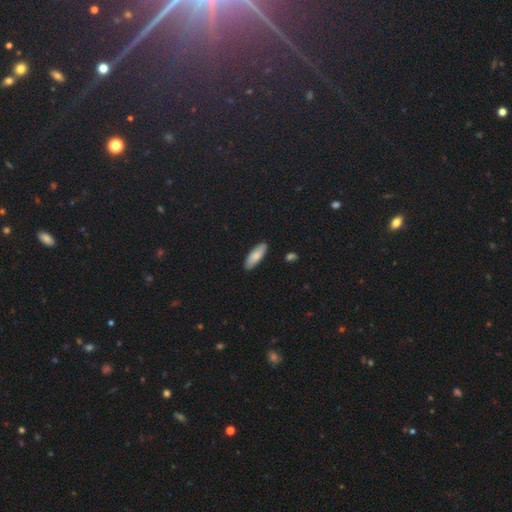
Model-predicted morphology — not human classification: A smooth galaxy with no disk features (84%) that is in between round and cigar-shaped (62%). Merging: none (88%).